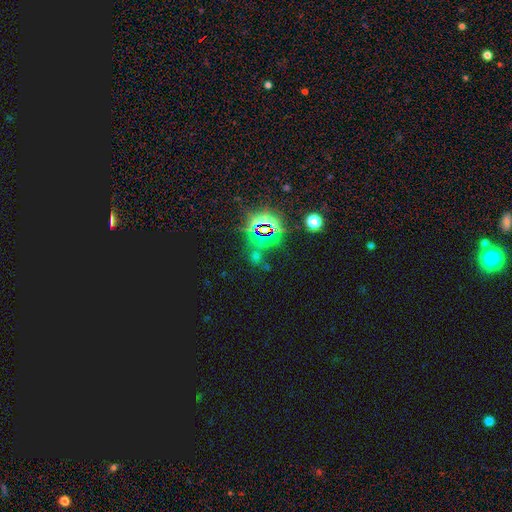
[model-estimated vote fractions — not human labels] Morphology: type=star or artifact (73%).